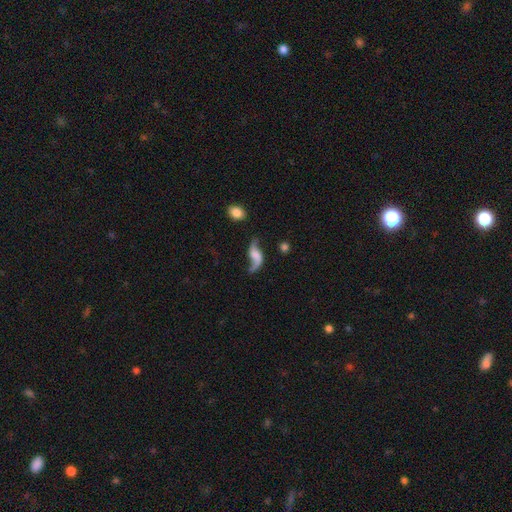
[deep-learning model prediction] smooth-or-featured: featured or disk: 80% | smooth: 13% | star or artifact: 7%
  disk-edge-on: no: 95% | yes: 5%
    bar: no: 56% | weak: 34% | strong: 10%
    has-spiral-arms: yes: 95% | no: 5%
      spiral-winding: loose: 90% | medium: 8% | tight: 2%
      spiral-arm-count: 2: 89% | 1: 7% | can't tell: 2% | 3: 1% | 4: 1% | more than 4: 1%
    bulge-size: none: 46% | small: 20% | moderate: 17% | large: 13% | dominant: 4%
  merging: none: 62% | minor disturbance: 19% | major disturbance: 14% | merger: 5%